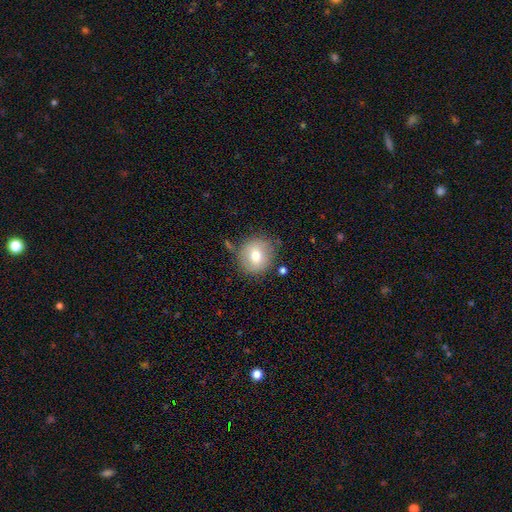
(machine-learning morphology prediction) smooth-or-featured: smooth: 72% | featured or disk: 18% | star or artifact: 10%
  how-rounded: round: 90% | in between: 9% | cigar-shaped: 1%
  merging: none: 78% | minor disturbance: 14% | merger: 5% | major disturbance: 4%